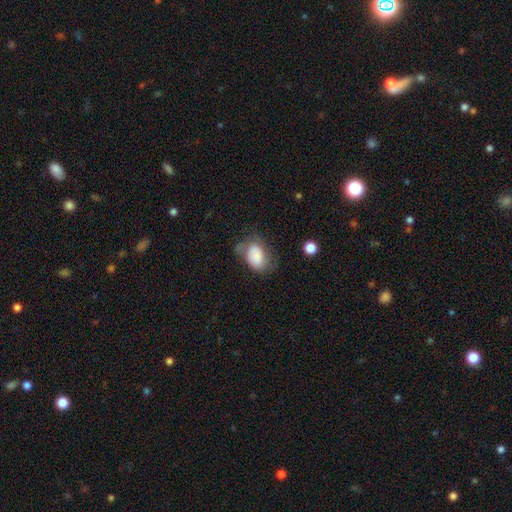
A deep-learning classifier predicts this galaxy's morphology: A smooth galaxy with no disk features (77%) that is in between round and cigar-shaped (83%).

Vote fractions:
- Smooth or featured? smooth: 77% / featured or disk: 15% / star or artifact: 8%
- How rounded? in between: 83% / round: 15% / cigar-shaped: 1%
- Merging? none: 41% / minor disturbance: 31% / major disturbance: 21% / merger: 7%